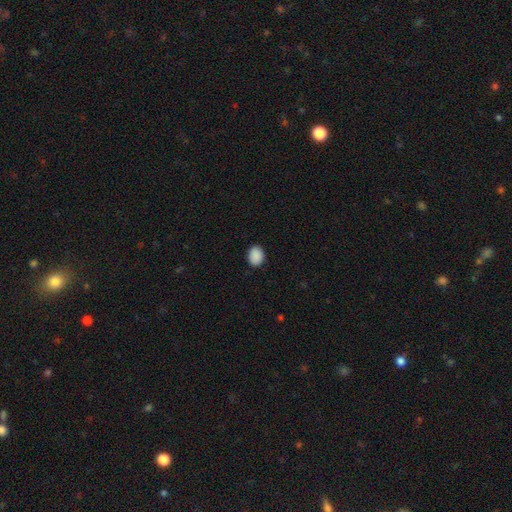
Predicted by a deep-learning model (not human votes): Smooth or featured? Predicted: smooth (p=0.90). How rounded? Predicted: in between (p=0.60). Merging? Predicted: none (p=0.89).